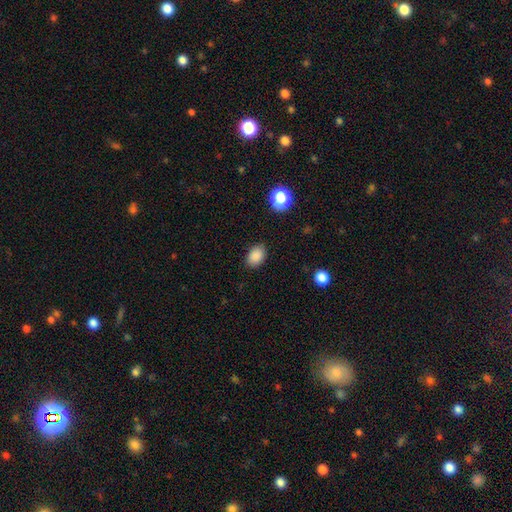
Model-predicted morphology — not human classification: Smooth or featured? smooth (87%)
How rounded? in between (77%)
Merging? none (87%)